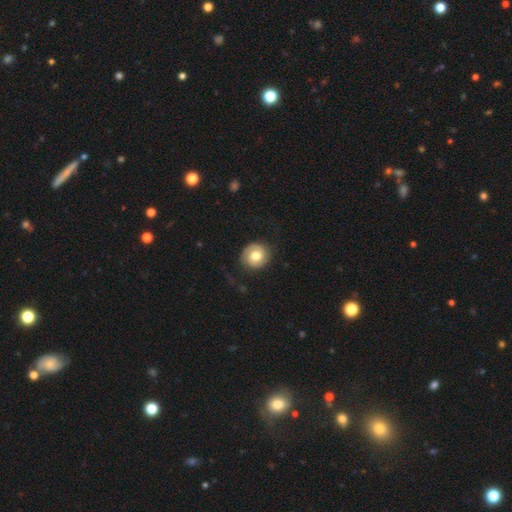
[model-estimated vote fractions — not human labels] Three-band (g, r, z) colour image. It shows a featured or disk galaxy (50%). Merging: none (79%).